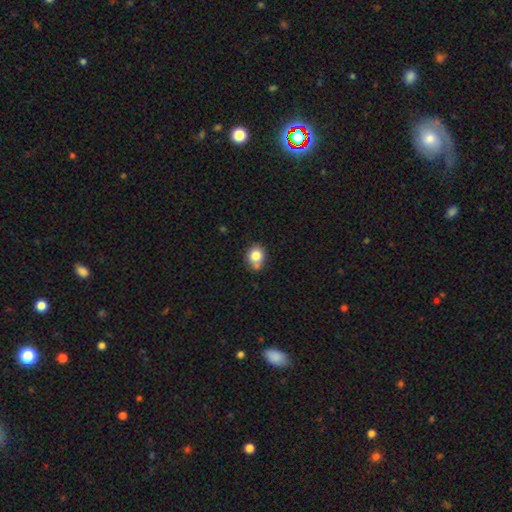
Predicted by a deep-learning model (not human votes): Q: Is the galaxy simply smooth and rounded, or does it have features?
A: smooth — 80%.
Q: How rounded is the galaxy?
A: round — 71%.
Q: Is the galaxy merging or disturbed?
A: none — 56%.